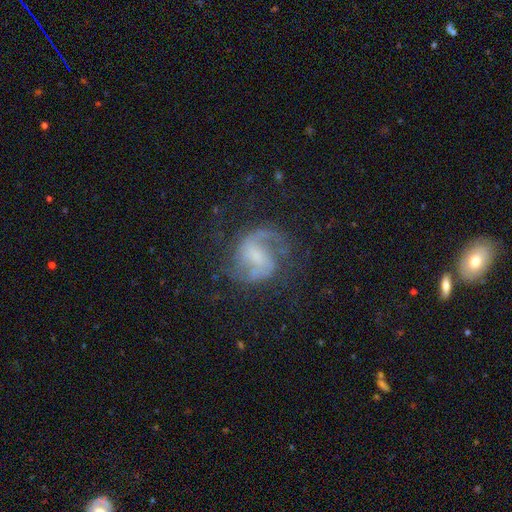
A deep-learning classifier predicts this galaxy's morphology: Smooth or featured?
  - featured or disk: 83% *
  - smooth: 9%
  - star or artifact: 8%
Edge-on disk?
  - no: 98% *
  - yes: 2%
Bar?
  - weak: 50% *
  - no: 26%
  - strong: 24%
Spiral arms?
  - yes: 95% *
  - no: 5%
Spiral winding?
  - medium: 54% *
  - loose: 26%
  - tight: 20%
Spiral arm count?
  - 2: 83% *
  - can't tell: 6%
  - 1: 5%
  - 3: 3%
  - 4: 1%
  - more than 4: 1%
Bulge size?
  - small: 36% *
  - none: 28%
  - moderate: 26%
  - large: 8%
  - dominant: 2%
Merging?
  - none: 68% *
  - minor disturbance: 16%
  - major disturbance: 14%
  - merger: 2%